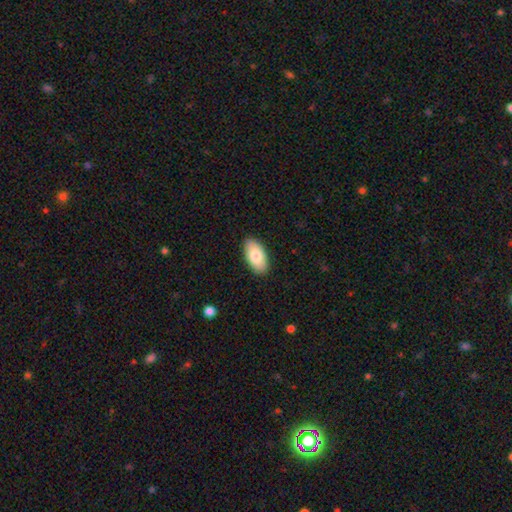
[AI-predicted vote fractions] smooth_or_featured: smooth (p=0.82) [alt: featured or disk p=0.13]
how_rounded: in between (p=0.95) [alt: round p=0.03]
merging: none (p=0.89) [alt: minor disturbance p=0.09]